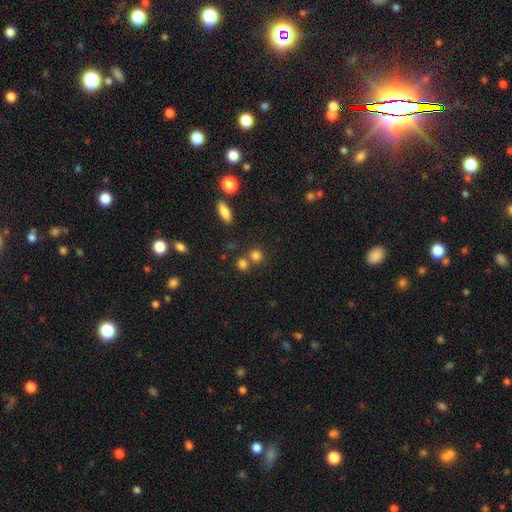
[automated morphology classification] Smooth or featured?
  - smooth: 78% *
  - star or artifact: 15%
  - featured or disk: 7%
How rounded?
  - round: 83% *
  - in between: 16%
  - cigar-shaped: 1%
Merging?
  - none: 58% *
  - merger: 31%
  - minor disturbance: 8%
  - major disturbance: 4%